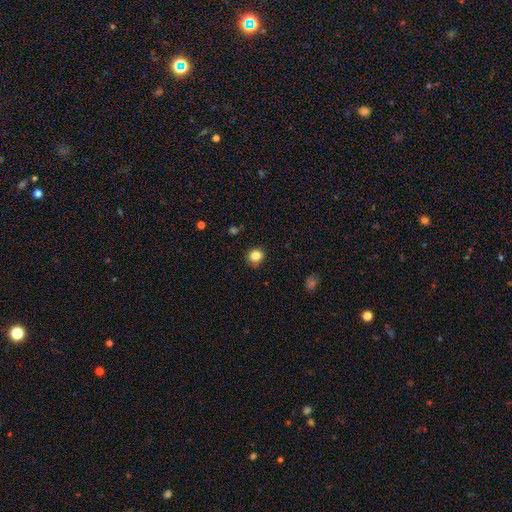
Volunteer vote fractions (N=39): Overall: smooth (82%). How rounded: round (91%). Merging: none (84%).